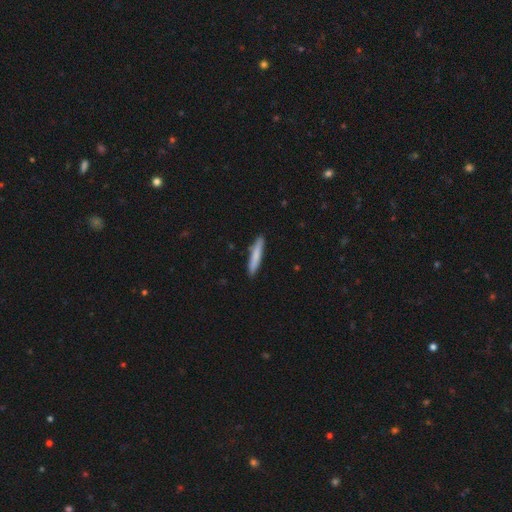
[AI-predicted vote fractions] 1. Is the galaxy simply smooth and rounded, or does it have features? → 78% smooth, 17% featured or disk, 5% star or artifact.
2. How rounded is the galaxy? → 93% cigar-shaped, 6% in between, 1% round.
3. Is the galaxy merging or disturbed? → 89% none, 8% minor disturbance, 2% major disturbance, 1% merger.